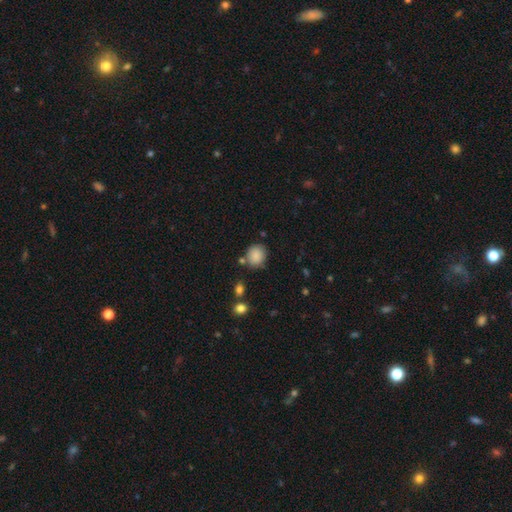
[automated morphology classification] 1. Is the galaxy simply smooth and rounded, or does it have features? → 87% smooth, 9% star or artifact, 4% featured or disk.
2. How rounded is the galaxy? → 75% round, 24% in between, 1% cigar-shaped.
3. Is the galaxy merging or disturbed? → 76% none, 14% minor disturbance, 6% merger, 4% major disturbance.